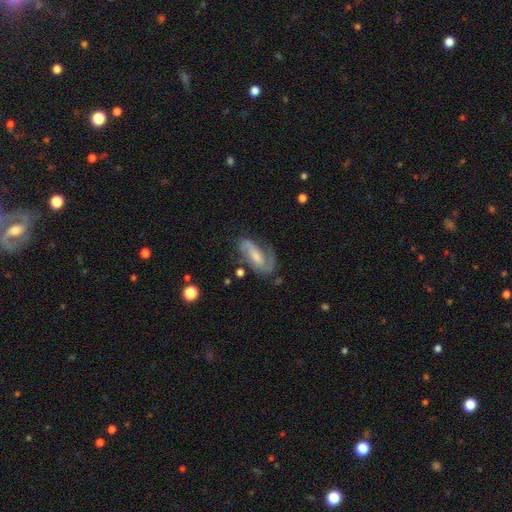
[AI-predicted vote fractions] smooth_or_featured: featured or disk (p=0.71) [alt: smooth p=0.22]
disk_edge_on: no (p=0.94) [alt: yes p=0.06]
bar: weak (p=0.42) [alt: no p=0.35]
has_spiral_arms: yes (p=0.90) [alt: no p=0.10]
spiral_winding: medium (p=0.45) [alt: tight p=0.29]
spiral_arm_count: 2 (p=0.72) [alt: 1 p=0.14]
bulge_size: small (p=0.42) [alt: moderate p=0.35]
merging: none (p=0.57) [alt: minor disturbance p=0.23]